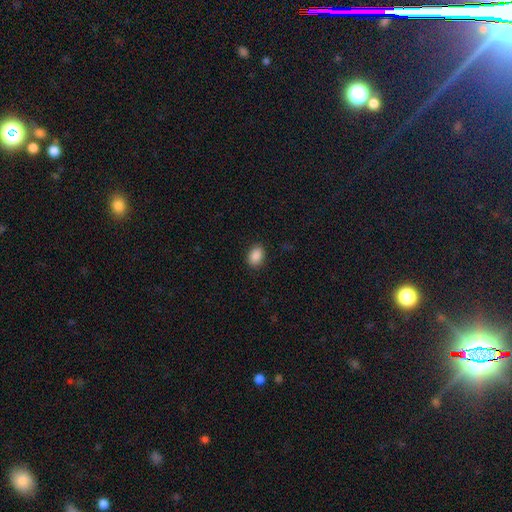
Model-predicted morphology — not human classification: Smooth or featured? smooth (89%)
How rounded? in between (80%)
Merging? none (89%)